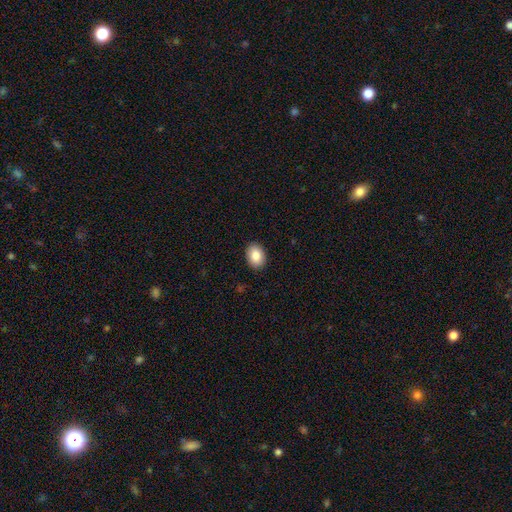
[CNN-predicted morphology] type=smooth (86%); roundness=in between (76%); merging=none (90%).